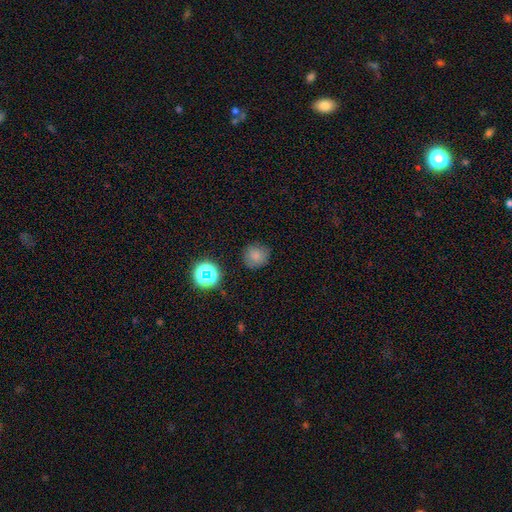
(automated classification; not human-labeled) Smooth or featured?
  - smooth: 76% *
  - star or artifact: 17%
  - featured or disk: 8%
How rounded?
  - round: 88% *
  - in between: 11%
  - cigar-shaped: 1%
Merging?
  - none: 81% *
  - minor disturbance: 13%
  - major disturbance: 4%
  - merger: 2%